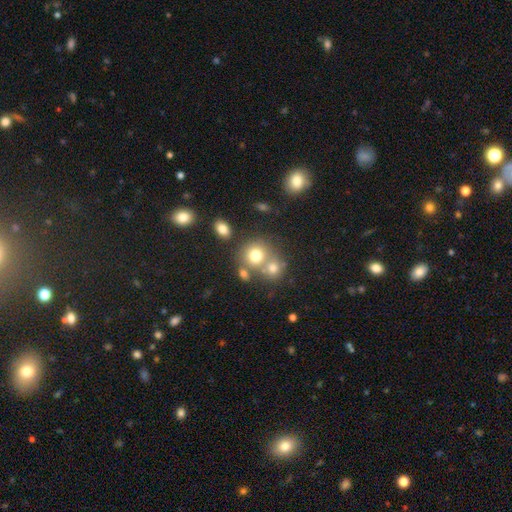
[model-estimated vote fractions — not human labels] This is likely a smooth galaxy (73%). How rounded: clearly round (81%). Merging: possibly none (49%).